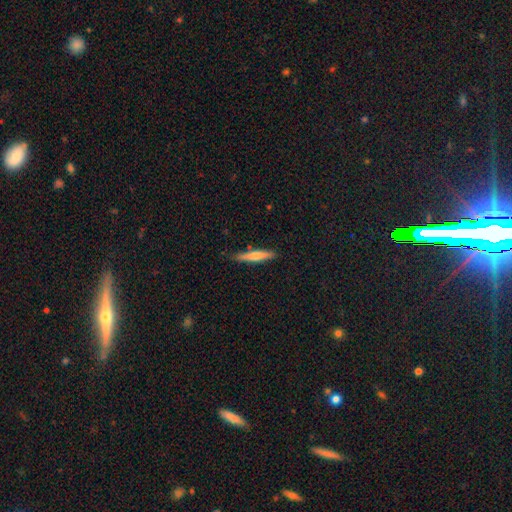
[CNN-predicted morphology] The model was most divided on "smooth or featured": smooth: 65%, featured or disk: 30%, star or artifact: 6%. More confident: how rounded — cigar-shaped (91%); merging — none (85%).